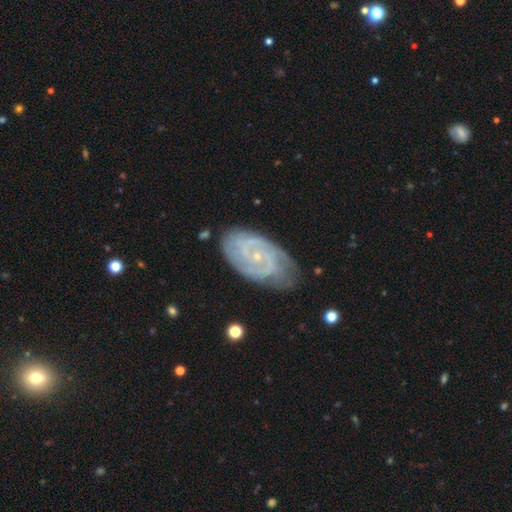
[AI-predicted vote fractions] A featured or disk galaxy (87%) with no bar (66%), 2 (45%) tight (65%) spiral arms (97%) and a small central bulge (83%). Merging: none (73%).